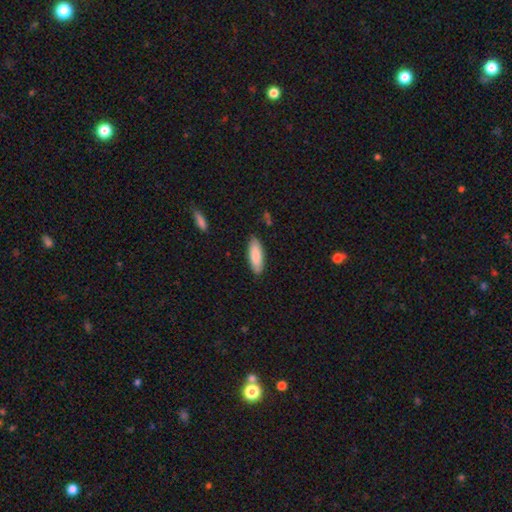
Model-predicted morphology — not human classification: This appears to be a smooth galaxy with no disk features (86%) that is in between round and cigar-shaped (66%). Merging: none (85%).